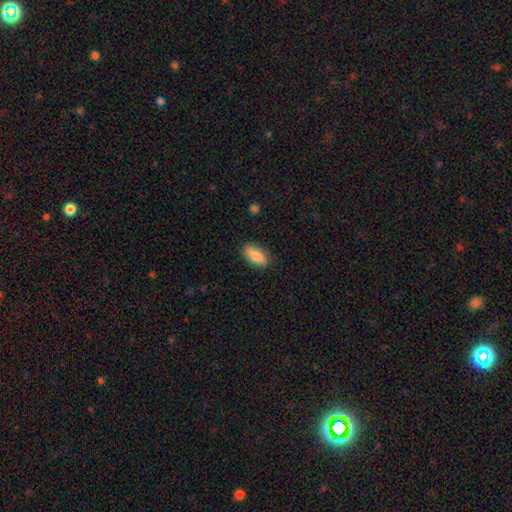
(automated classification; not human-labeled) This is clearly a smooth galaxy (82%). How rounded: clearly in between (89%). Merging: clearly none (84%).